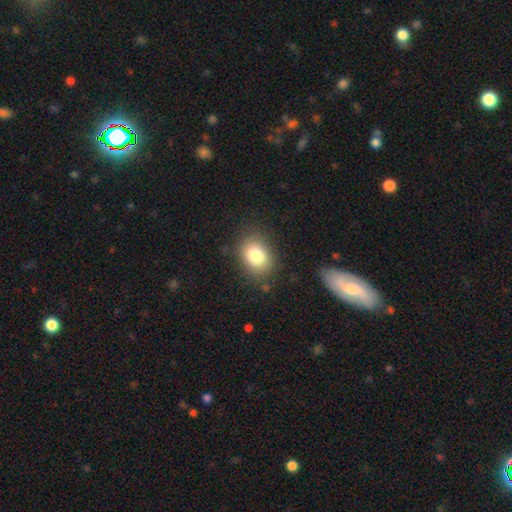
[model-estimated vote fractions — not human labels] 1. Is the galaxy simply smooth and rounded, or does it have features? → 81% smooth, 10% star or artifact, 9% featured or disk.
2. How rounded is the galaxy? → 62% in between, 37% round, 1% cigar-shaped.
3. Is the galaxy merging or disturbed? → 80% none, 13% minor disturbance, 4% major disturbance, 2% merger.